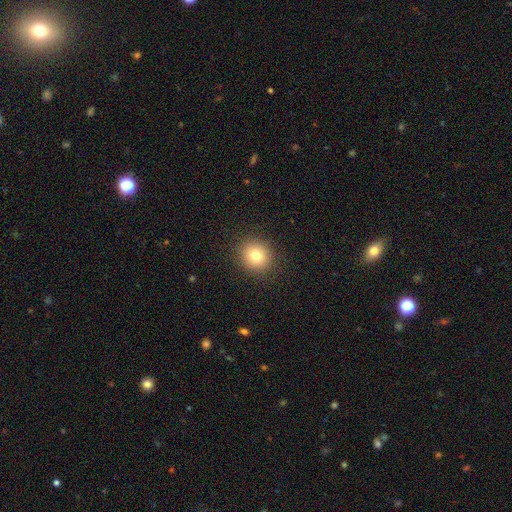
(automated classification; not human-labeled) smooth_or_featured: smooth (p=0.79) [alt: star or artifact p=0.12]
how_rounded: round (p=0.87) [alt: in between p=0.12]
merging: none (p=0.90) [alt: minor disturbance p=0.06]